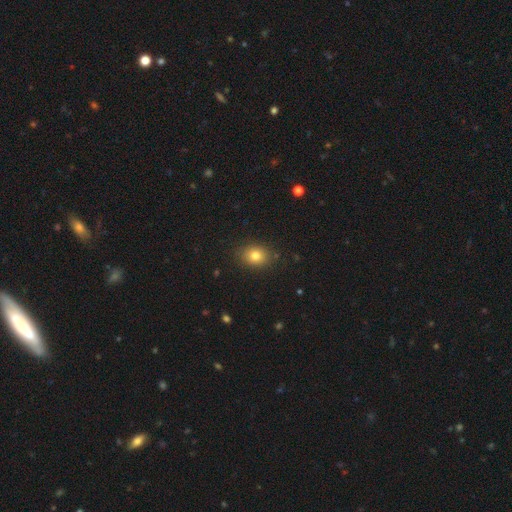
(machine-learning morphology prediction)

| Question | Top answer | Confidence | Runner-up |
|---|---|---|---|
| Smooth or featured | smooth | 80% | star or artifact (12%) |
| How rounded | round | 51% | in between (48%) |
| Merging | none | 86% | minor disturbance (10%) |